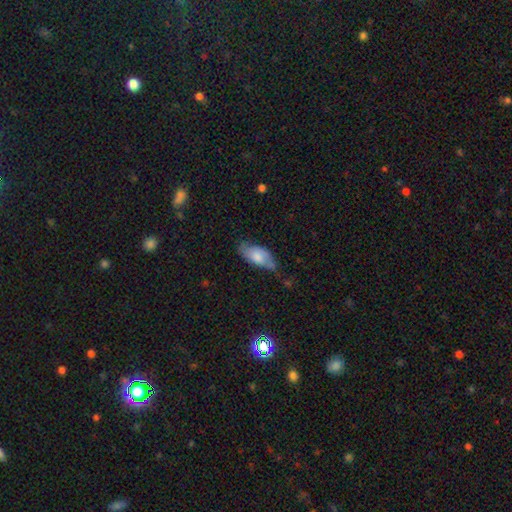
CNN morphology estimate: A smooth galaxy with no disk features (65%) that is in between round and cigar-shaped (85%).

Vote fractions:
- Smooth or featured? smooth: 65% / featured or disk: 27% / star or artifact: 8%
- How rounded? in between: 85% / cigar-shaped: 12% / round: 3%
- Merging? none: 57% / minor disturbance: 32% / major disturbance: 8% / merger: 3%